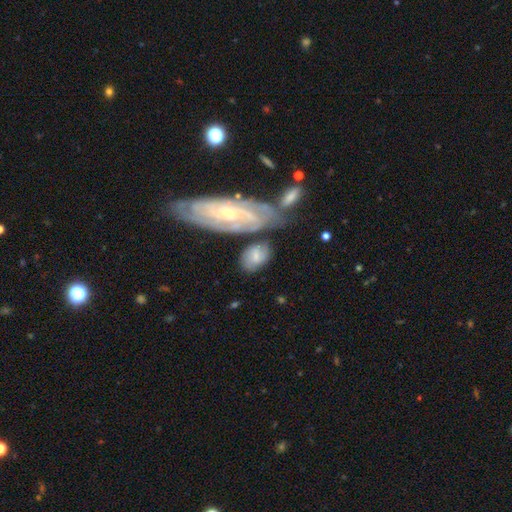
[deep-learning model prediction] Smooth or featured? smooth (53%)
How rounded? in between (83%)
Merging? none (53%)